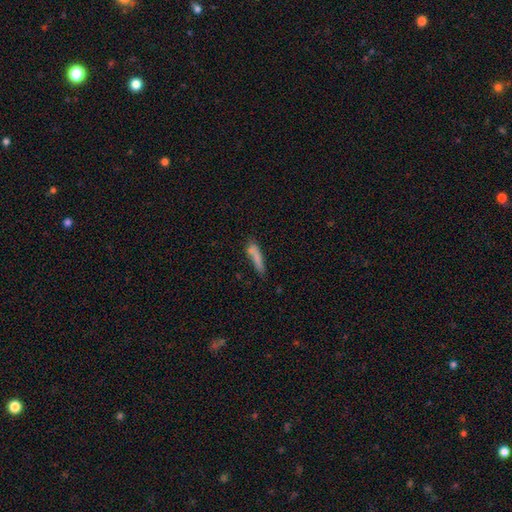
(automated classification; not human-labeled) Smooth or featured?
  - smooth: 76% *
  - featured or disk: 16%
  - star or artifact: 9%
How rounded?
  - cigar-shaped: 81% *
  - in between: 16%
  - round: 2%
Merging?
  - none: 57% *
  - minor disturbance: 22%
  - merger: 12%
  - major disturbance: 9%